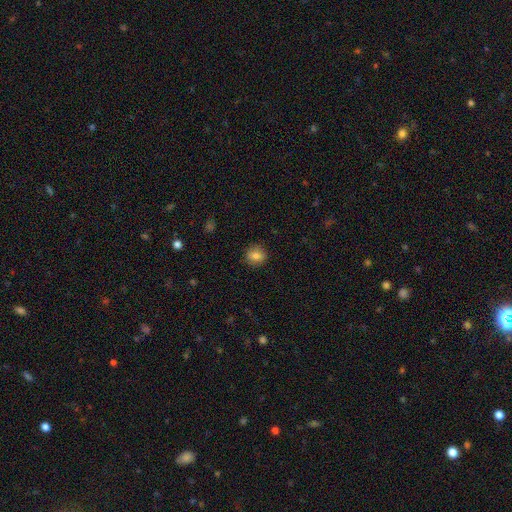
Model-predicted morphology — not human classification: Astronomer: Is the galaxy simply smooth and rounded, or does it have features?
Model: smooth — 82%.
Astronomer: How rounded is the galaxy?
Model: round — 80%.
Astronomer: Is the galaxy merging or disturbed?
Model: none — 89%.